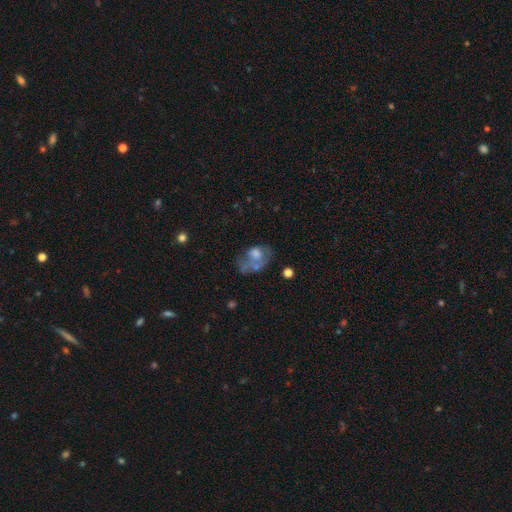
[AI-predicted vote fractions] Smooth or featured: smooth — 49% (featured or disk — 40%)
Merging: major disturbance — 35% (none — 25%)